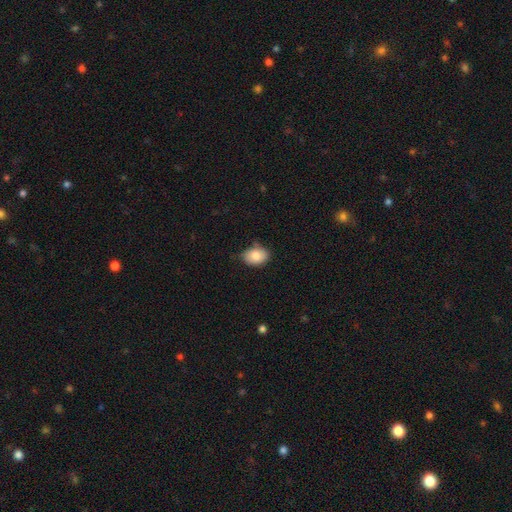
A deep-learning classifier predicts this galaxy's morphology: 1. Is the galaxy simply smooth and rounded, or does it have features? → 82% smooth, 11% featured or disk, 8% star or artifact.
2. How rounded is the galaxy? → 71% in between, 27% round, 1% cigar-shaped.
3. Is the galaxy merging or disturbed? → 66% none, 28% minor disturbance, 4% major disturbance, 2% merger.